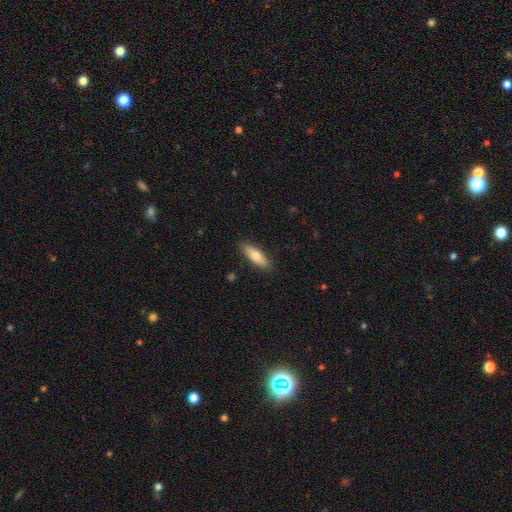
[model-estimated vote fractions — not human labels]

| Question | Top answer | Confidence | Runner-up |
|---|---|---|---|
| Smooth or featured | smooth | 71% | featured or disk (23%) |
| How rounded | in between | 52% | cigar-shaped (46%) |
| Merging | none | 88% | minor disturbance (9%) |